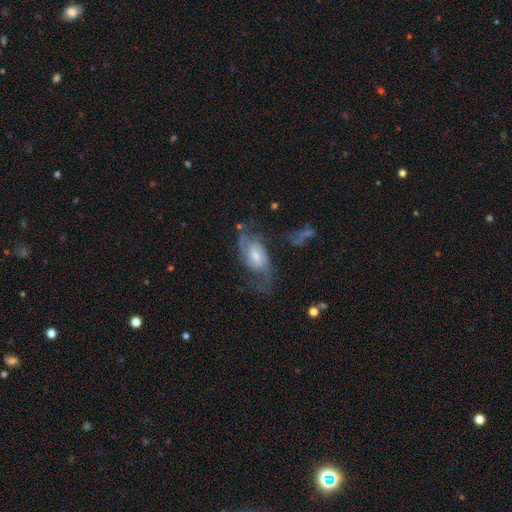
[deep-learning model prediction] Smooth or featured? Predicted: featured or disk (p=0.76). Edge-on disk? Predicted: no (p=0.95). Bar? Predicted: weak (p=0.48). Spiral arms? Predicted: yes (p=0.92). Spiral winding? Predicted: medium (p=0.44). Spiral arm count? Predicted: 2 (p=0.74). Bulge size? Predicted: moderate (p=0.43). Merging? Predicted: none (p=0.50).